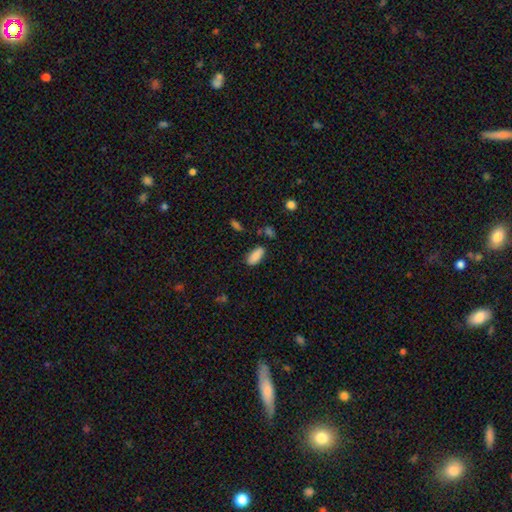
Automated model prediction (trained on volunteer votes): Smooth or featured?
  - smooth: 87% *
  - star or artifact: 7%
  - featured or disk: 5%
How rounded?
  - in between: 88% *
  - cigar-shaped: 10%
  - round: 2%
Merging?
  - none: 81% *
  - minor disturbance: 13%
  - merger: 3%
  - major disturbance: 3%